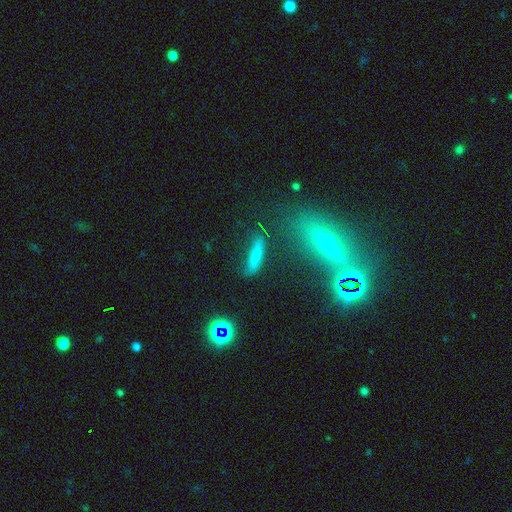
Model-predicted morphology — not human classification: type=smooth (70%); roundness=cigar-shaped (77%); merging=none (66%).